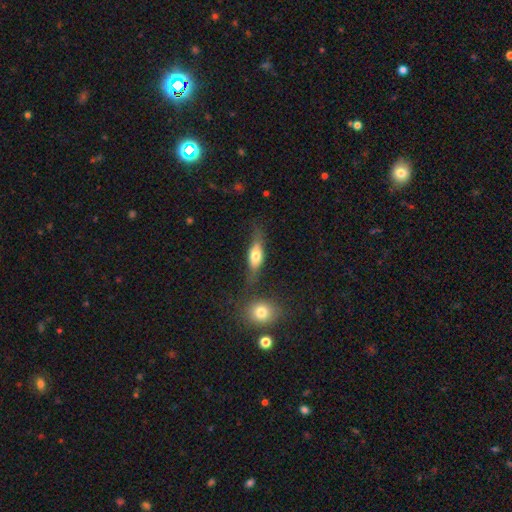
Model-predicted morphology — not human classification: A smooth galaxy with no disk features (59%) that is in between round and cigar-shaped (64%). Merging: none (54%).